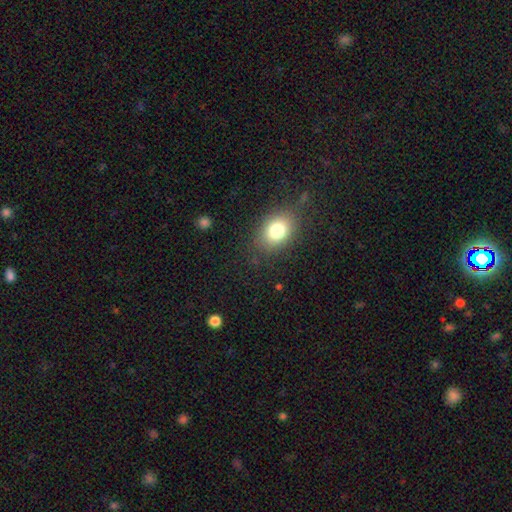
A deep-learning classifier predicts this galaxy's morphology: A smooth galaxy with no disk features (73%) that is in between round and cigar-shaped (52%).

Vote fractions:
- Smooth or featured? smooth: 73% / star or artifact: 18% / featured or disk: 9%
- How rounded? in between: 52% / round: 46% / cigar-shaped: 2%
- Merging? none: 86% / minor disturbance: 10% / major disturbance: 3% / merger: 1%